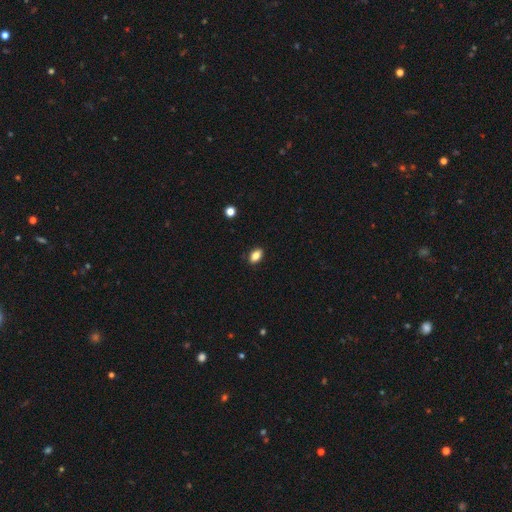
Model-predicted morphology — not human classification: The model was most divided on "smooth or featured": smooth: 85%, star or artifact: 9%, featured or disk: 7%. More confident: how rounded — in between (88%); merging — none (88%).